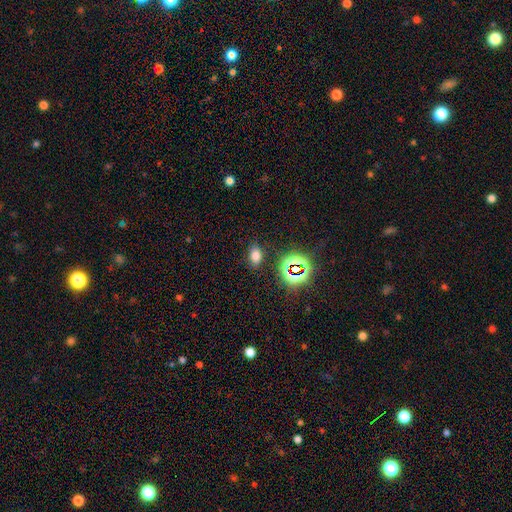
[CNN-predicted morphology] type=smooth (67%); roundness=in between (80%); merging=none (84%).